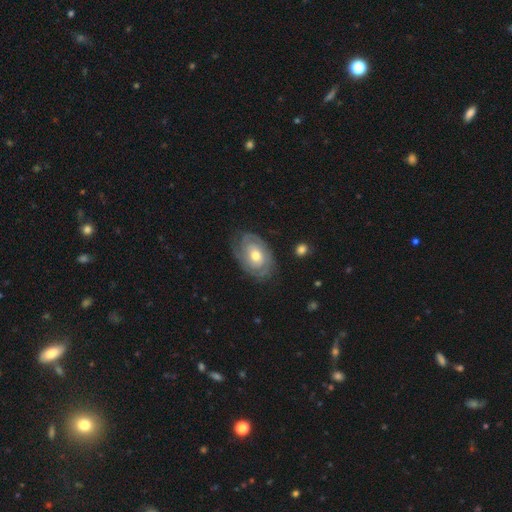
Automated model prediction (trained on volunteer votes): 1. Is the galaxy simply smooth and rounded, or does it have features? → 80% featured or disk, 16% smooth, 5% star or artifact.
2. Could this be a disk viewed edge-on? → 96% no, 4% yes.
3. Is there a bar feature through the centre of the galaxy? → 74% no, 21% weak, 5% strong.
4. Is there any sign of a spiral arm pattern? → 89% yes, 11% no.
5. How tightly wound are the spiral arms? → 73% tight, 21% medium, 6% loose.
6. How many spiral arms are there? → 36% 2, 35% can't tell, 14% 3, 5% 1, 5% 4, 4% more than 4.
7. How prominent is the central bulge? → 75% moderate, 16% small, 8% large, 1% dominant, 1% none.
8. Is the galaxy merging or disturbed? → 76% none, 17% minor disturbance, 6% major disturbance, 1% merger.